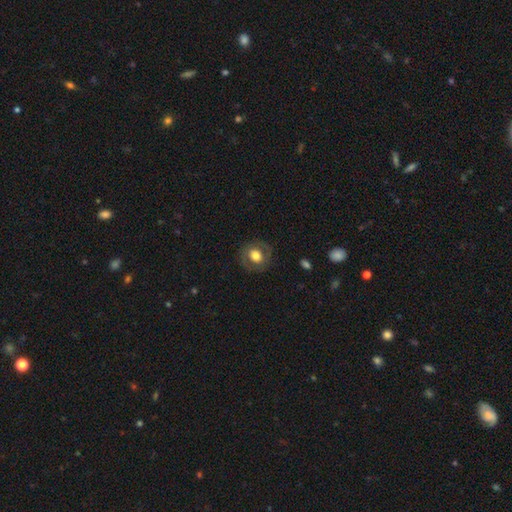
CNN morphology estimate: The model was most divided on "smooth or featured": smooth: 54%, featured or disk: 37%, star or artifact: 8%. More confident: merging — none (81%); how rounded — round (73%).